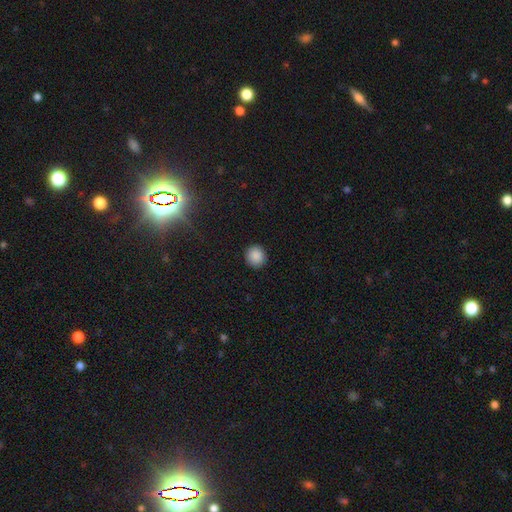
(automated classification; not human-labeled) Q: Smooth or featured?
A: smooth (88%); runner-up: star or artifact (9%)
Q: How rounded?
A: round (92%); runner-up: in between (7%)
Q: Merging?
A: none (92%); runner-up: minor disturbance (6%)